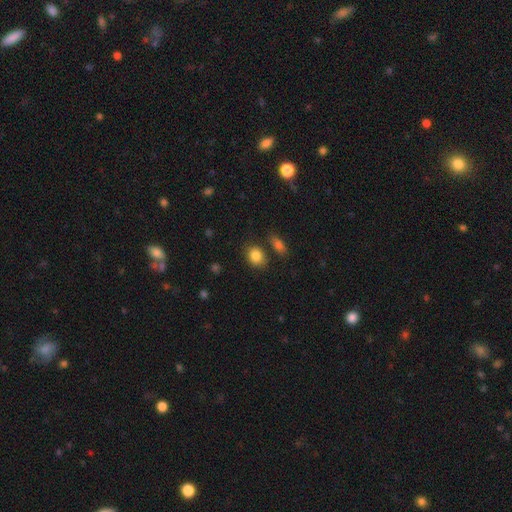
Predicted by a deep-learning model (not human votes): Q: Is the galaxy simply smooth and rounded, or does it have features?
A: smooth — 85%.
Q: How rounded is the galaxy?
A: in between — 53%.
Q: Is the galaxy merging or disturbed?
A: none — 74%.